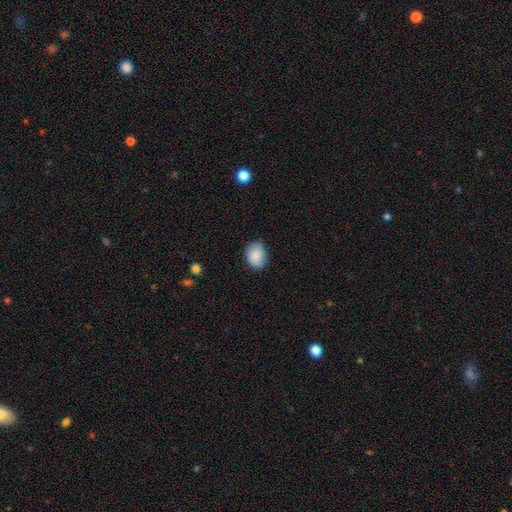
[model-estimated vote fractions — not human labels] smooth 87%, star or artifact 7%, featured or disk 5%. Down the decision tree: how rounded — in between (65%); merging — none (80%).